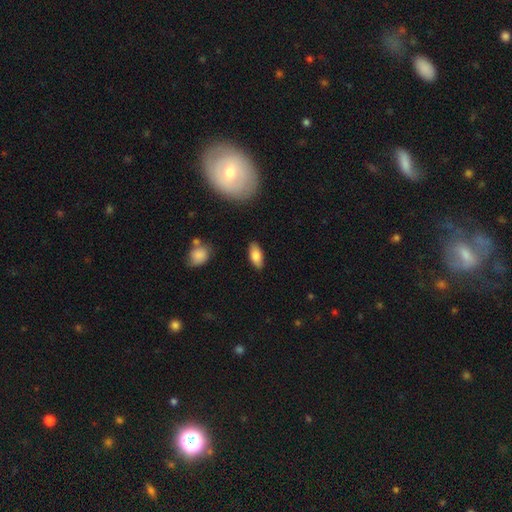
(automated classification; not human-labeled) A smooth galaxy with no disk features (81%) that is in between round and cigar-shaped (86%).

Vote fractions:
- Smooth or featured? smooth: 81% / featured or disk: 13% / star or artifact: 7%
- How rounded? in between: 86% / cigar-shaped: 11% / round: 3%
- Merging? none: 86% / minor disturbance: 10% / major disturbance: 2% / merger: 2%